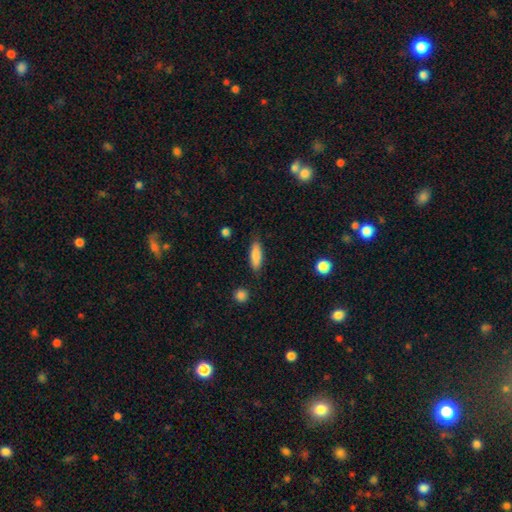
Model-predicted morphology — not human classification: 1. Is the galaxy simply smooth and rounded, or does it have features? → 86% smooth, 8% featured or disk, 6% star or artifact.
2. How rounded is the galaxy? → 51% in between, 47% cigar-shaped, 2% round.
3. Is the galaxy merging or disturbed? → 84% none, 11% minor disturbance, 3% major disturbance, 2% merger.